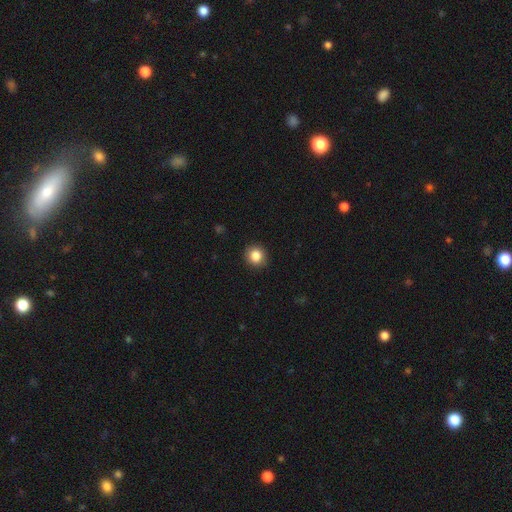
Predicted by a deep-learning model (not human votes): This is clearly a smooth galaxy (85%). How rounded: clearly round (90%). Merging: clearly none (91%).